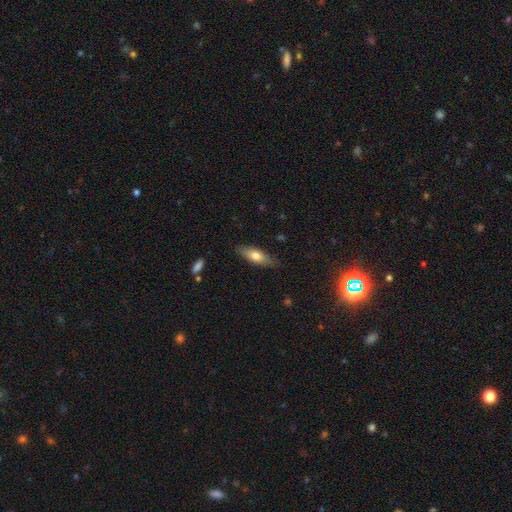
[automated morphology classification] smooth_or_featured: smooth (p=0.71) [alt: featured or disk p=0.23]
how_rounded: in between (p=0.63) [alt: cigar-shaped p=0.35]
merging: none (p=0.82) [alt: minor disturbance p=0.14]